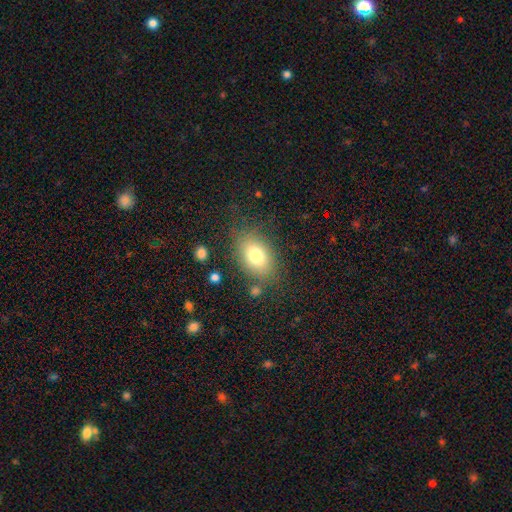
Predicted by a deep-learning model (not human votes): A smooth galaxy with no disk features (76%) that is in between round and cigar-shaped (81%). Merging: none (75%).